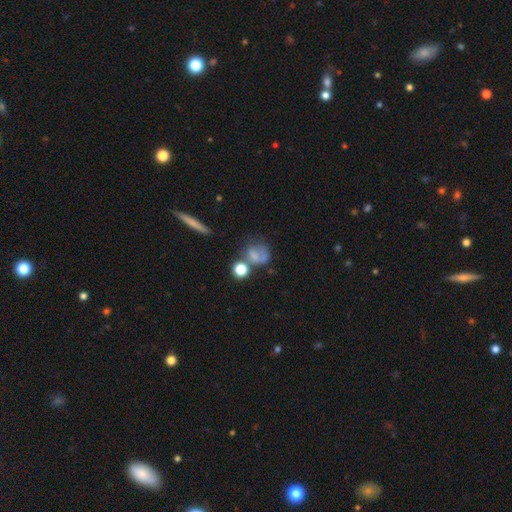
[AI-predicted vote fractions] smooth_or_featured: smooth (p=0.63) [alt: featured or disk p=0.21]
how_rounded: round (p=0.60) [alt: in between p=0.38]
merging: none (p=0.35) [alt: major disturbance p=0.25]